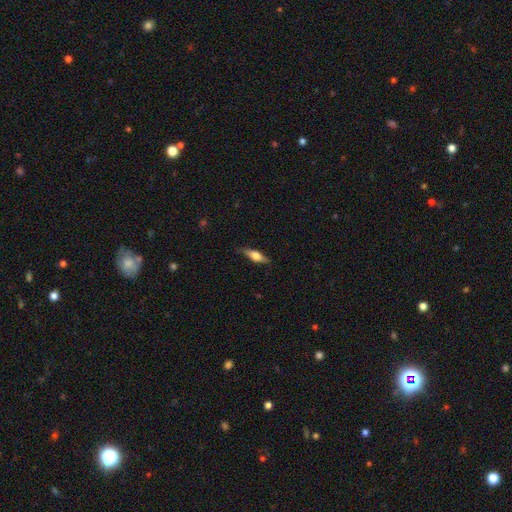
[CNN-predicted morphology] type=smooth (49%); merging=none (81%).